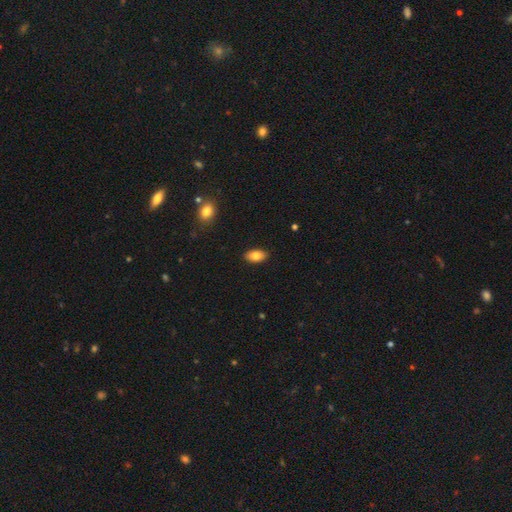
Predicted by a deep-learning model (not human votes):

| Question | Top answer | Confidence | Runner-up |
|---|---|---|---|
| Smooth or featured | smooth | 81% | featured or disk (12%) |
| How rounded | in between | 92% | round (5%) |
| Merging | none | 89% | minor disturbance (8%) |